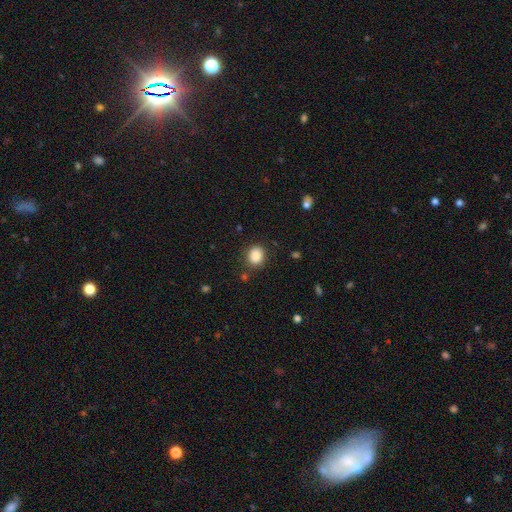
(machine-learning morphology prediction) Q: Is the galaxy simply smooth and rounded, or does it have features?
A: smooth — 87%.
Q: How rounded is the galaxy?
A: round — 66%.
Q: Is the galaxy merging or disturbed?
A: none — 84%.